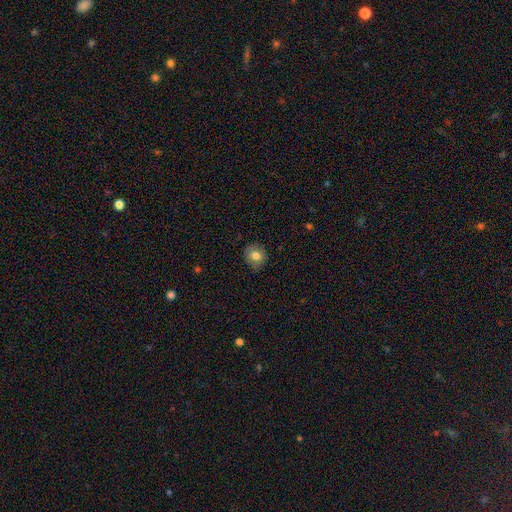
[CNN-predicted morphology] This appears to be a smooth galaxy with no disk features (76%) that is round (74%). Merging: none (80%).